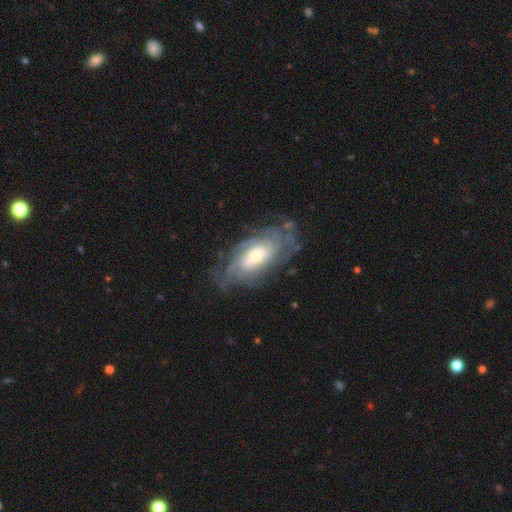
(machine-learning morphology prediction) featured or disk 81%, smooth 13%, star or artifact 6%. Down the decision tree: edge-on disk — no (93%); bar — no (64%); spiral arms — yes (92%); spiral arm count — can't tell (49%); spiral winding — tight (67%); bulge size — moderate (51%); merging — none (69%).